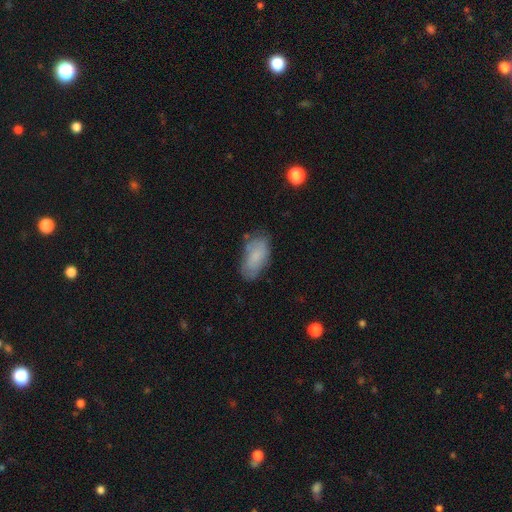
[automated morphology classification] A smooth galaxy with no disk features (76%) that is in between round and cigar-shaped (92%). Merging: none (68%).